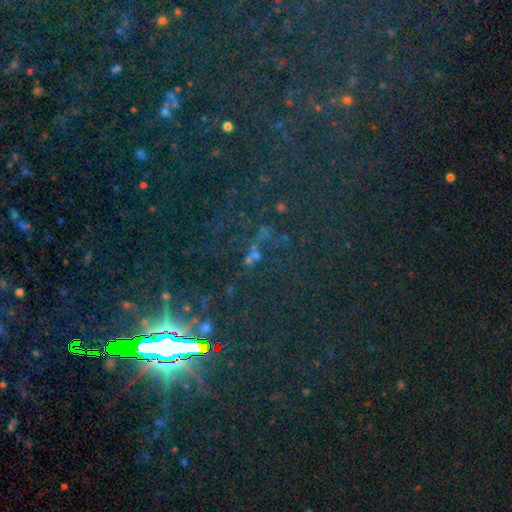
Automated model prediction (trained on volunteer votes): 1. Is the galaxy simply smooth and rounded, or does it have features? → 80% star or artifact, 11% smooth, 9% featured or disk.